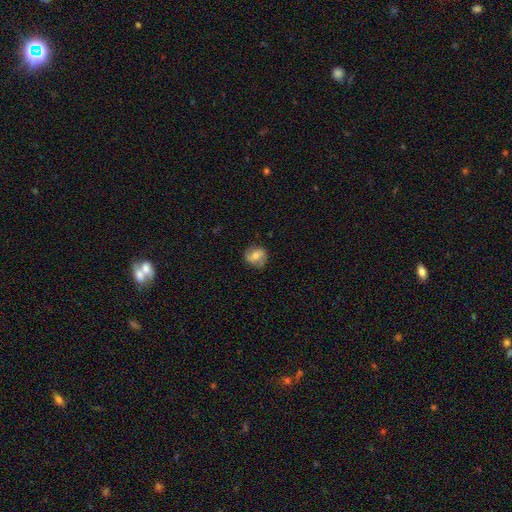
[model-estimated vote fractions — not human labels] This appears to be a smooth galaxy with no disk features (61%) that is round (71%). Merging: none (77%).